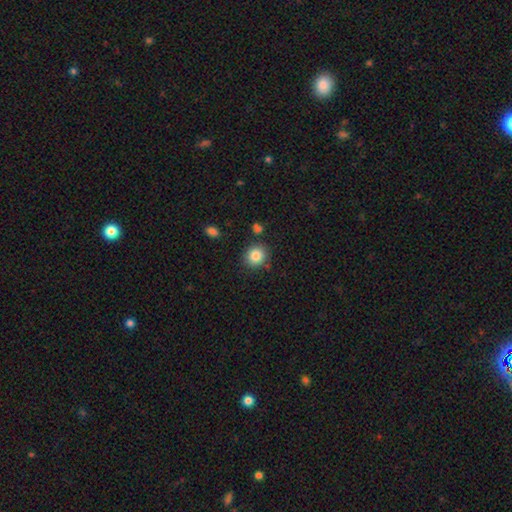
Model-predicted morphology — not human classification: This is clearly a smooth galaxy (85%). How rounded: clearly round (84%). Merging: clearly none (84%).